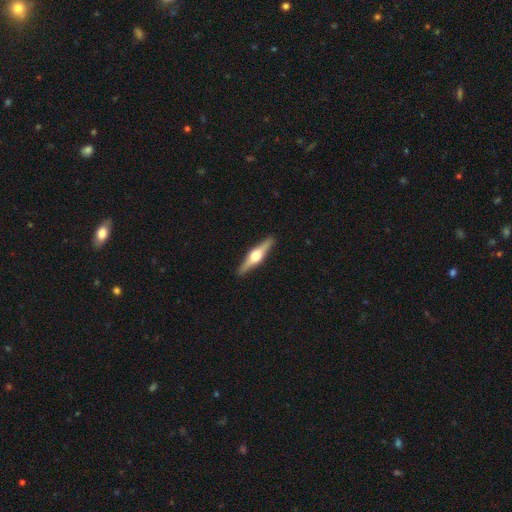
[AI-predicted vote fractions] Smooth or featured: featured or disk — 75% (smooth — 20%)
Edge-on disk: yes — 98% (no — 2%)
Edge-on bulge: rounded — 96% (boxy — 3%)
Merging: none — 92% (minor disturbance — 6%)